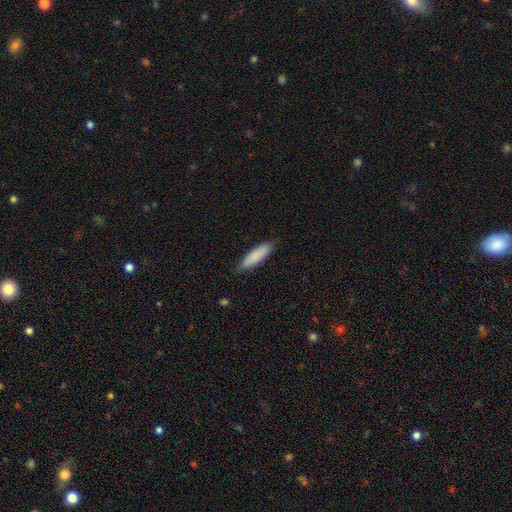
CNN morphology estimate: Smooth or featured: smooth — 85% (featured or disk — 10%)
How rounded: cigar-shaped — 60% (in between — 39%)
Merging: none — 83% (minor disturbance — 14%)